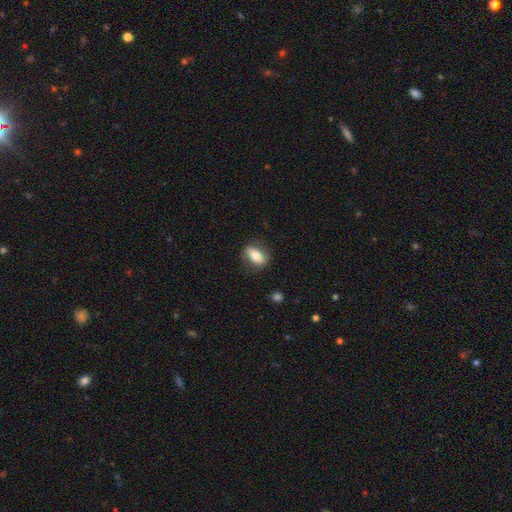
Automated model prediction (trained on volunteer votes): A smooth galaxy with no disk features (70%) that is in between round and cigar-shaped (79%).

Vote fractions:
- Smooth or featured? smooth: 70% / featured or disk: 23% / star or artifact: 7%
- How rounded? in between: 79% / cigar-shaped: 11% / round: 10%
- Merging? none: 80% / minor disturbance: 15% / major disturbance: 4% / merger: 1%